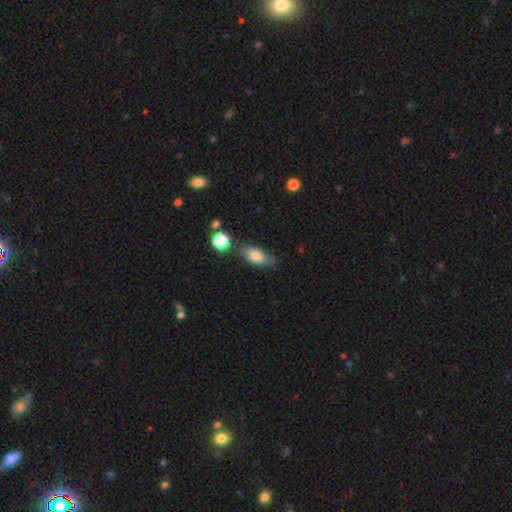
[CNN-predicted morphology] A smooth galaxy with no disk features (73%) that is in between round and cigar-shaped (83%).

Vote fractions:
- Smooth or featured? smooth: 73% / featured or disk: 18% / star or artifact: 9%
- How rounded? in between: 83% / cigar-shaped: 10% / round: 7%
- Merging? none: 66% / minor disturbance: 22% / merger: 6% / major disturbance: 5%